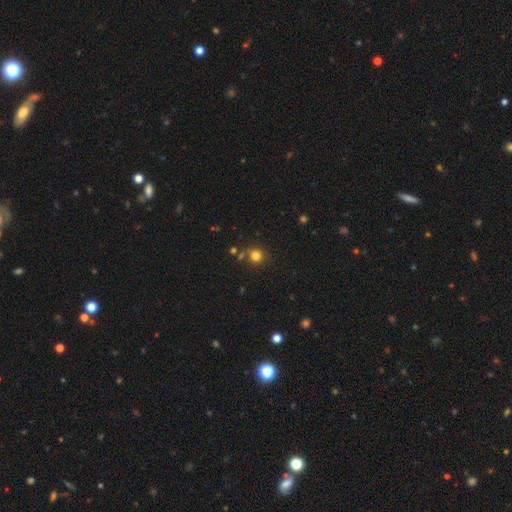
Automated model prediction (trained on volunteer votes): The model was most divided on "smooth or featured": smooth: 79%, star or artifact: 15%, featured or disk: 6%. More confident: how rounded — round (90%); merging — none (77%).